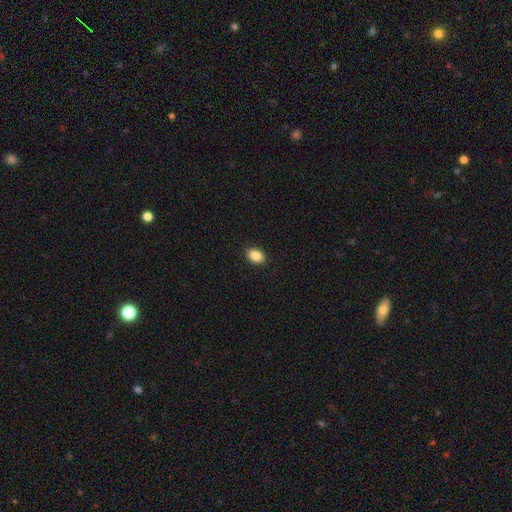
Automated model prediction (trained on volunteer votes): smooth-or-featured: smooth: 87% | star or artifact: 8% | featured or disk: 4%
  how-rounded: in between: 74% | round: 25% | cigar-shaped: 1%
  merging: none: 89% | minor disturbance: 9% | major disturbance: 2% | merger: 1%